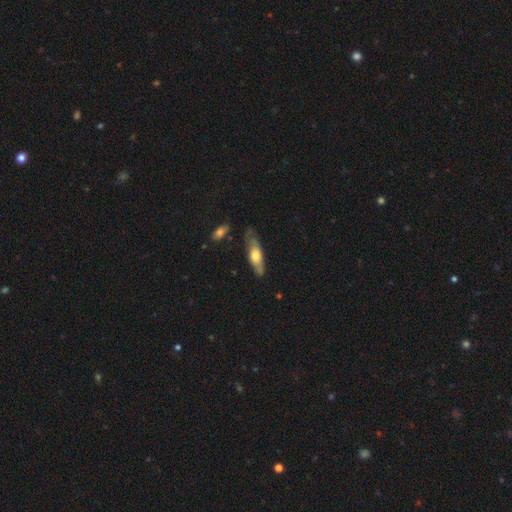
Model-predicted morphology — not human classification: Smooth or featured? smooth (52%)
How rounded? cigar-shaped (52%)
Merging? none (61%)